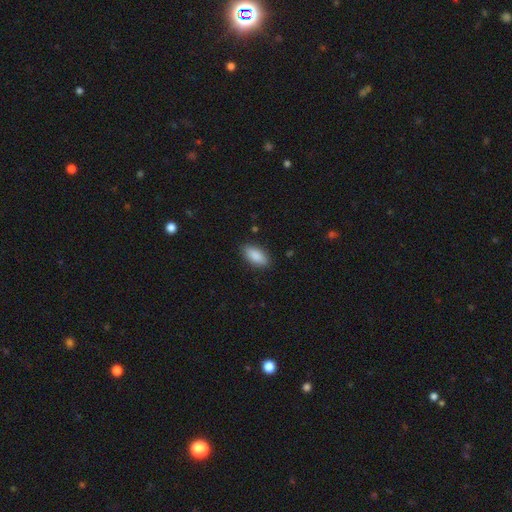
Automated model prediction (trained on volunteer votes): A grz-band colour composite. It shows a smooth galaxy with no disk features (89%) that is in between round and cigar-shaped (90%). Merging: none (87%).